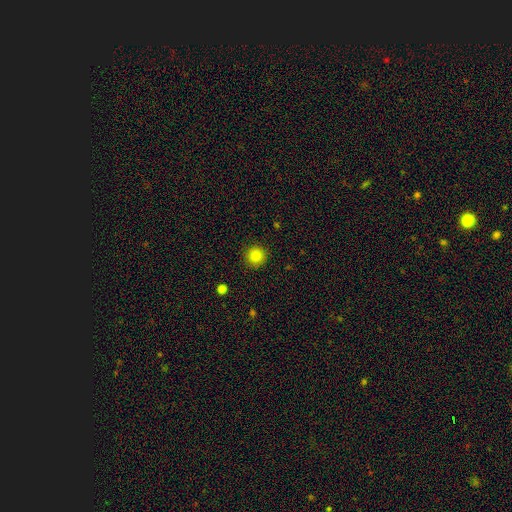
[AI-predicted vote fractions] smooth 84%, star or artifact 11%, featured or disk 5%. Down the decision tree: how rounded — round (95%); merging — none (92%).